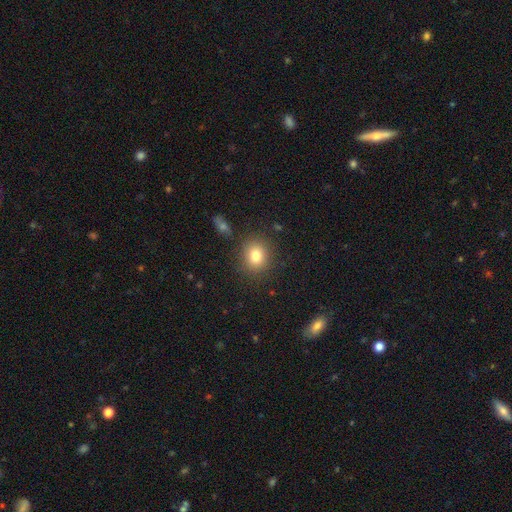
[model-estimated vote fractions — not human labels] Smooth or featured: smooth — 80% (star or artifact — 11%)
How rounded: round — 70% (in between — 29%)
Merging: none — 85% (minor disturbance — 9%)